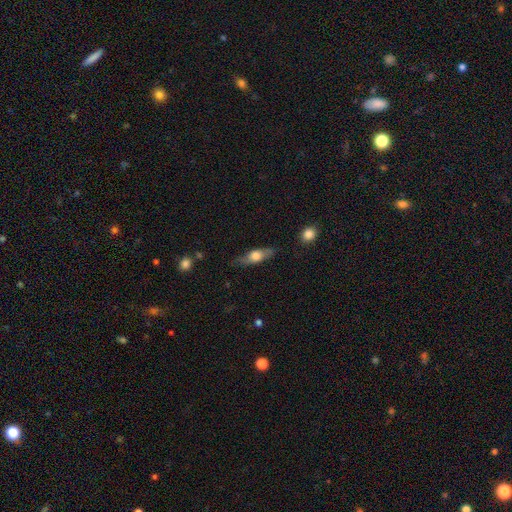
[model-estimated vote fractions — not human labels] This appears to be a smooth galaxy with no disk features (51%) that is in between round and cigar-shaped (52%). Merging: none (75%).